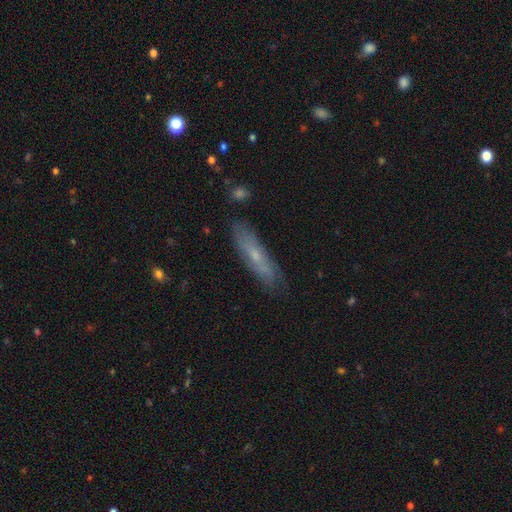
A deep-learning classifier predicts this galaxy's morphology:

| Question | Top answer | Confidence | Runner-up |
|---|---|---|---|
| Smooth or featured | smooth | 47% | featured or disk (45%) |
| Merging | none | 81% | minor disturbance (14%) |